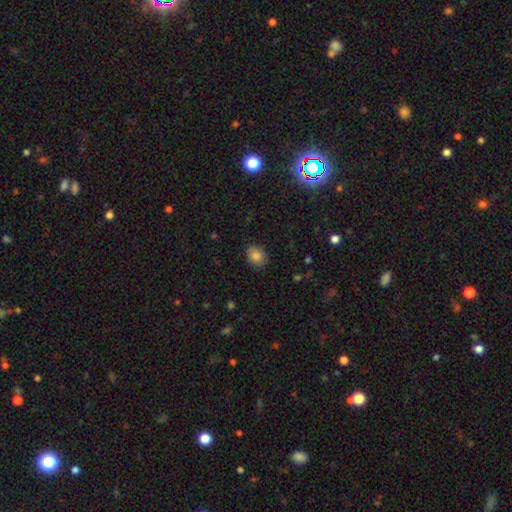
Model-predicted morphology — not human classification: The model was most divided on "how rounded": in between: 55%, round: 44%, cigar-shaped: 1%. More confident: merging — none (85%); smooth or featured — smooth (83%).